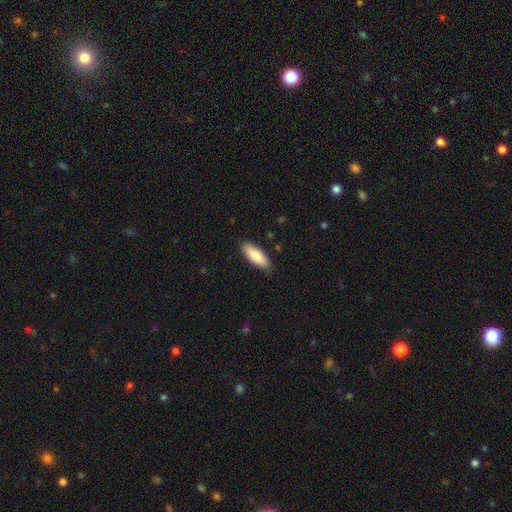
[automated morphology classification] Smooth or featured?
  - smooth: 85% *
  - featured or disk: 10%
  - star or artifact: 5%
How rounded?
  - in between: 69% *
  - cigar-shaped: 29%
  - round: 2%
Merging?
  - none: 85% *
  - minor disturbance: 12%
  - major disturbance: 2%
  - merger: 1%